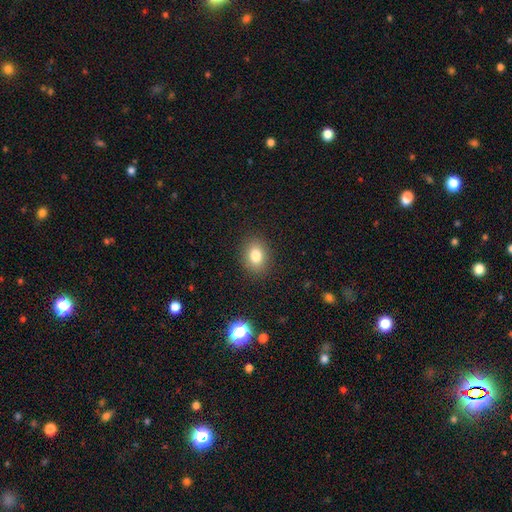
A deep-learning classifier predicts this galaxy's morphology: Smooth or featured: smooth — 81% (star or artifact — 11%)
How rounded: in between — 56% (round — 43%)
Merging: none — 89% (minor disturbance — 8%)